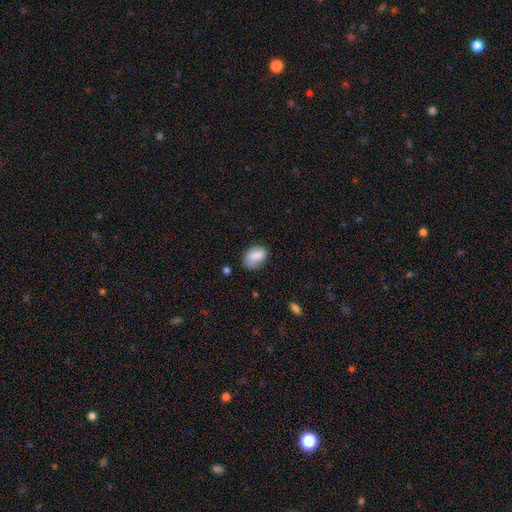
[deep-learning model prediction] Smooth or featured?
  - smooth: 82% *
  - featured or disk: 10%
  - star or artifact: 8%
How rounded?
  - in between: 78% *
  - round: 21%
  - cigar-shaped: 1%
Merging?
  - none: 58% *
  - minor disturbance: 30%
  - major disturbance: 9%
  - merger: 3%